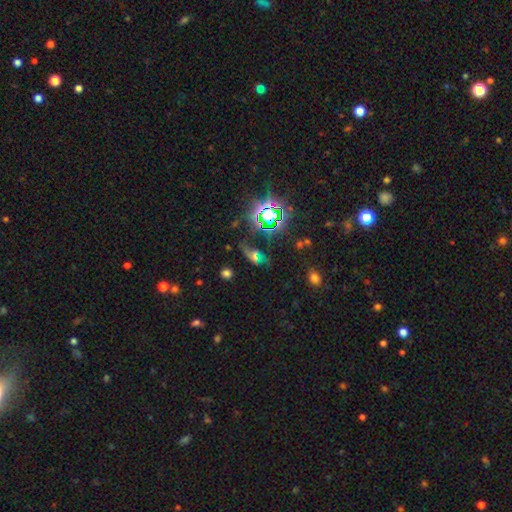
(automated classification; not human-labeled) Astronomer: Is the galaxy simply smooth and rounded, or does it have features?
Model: star or artifact — 41% (runner-up: smooth, 31%).